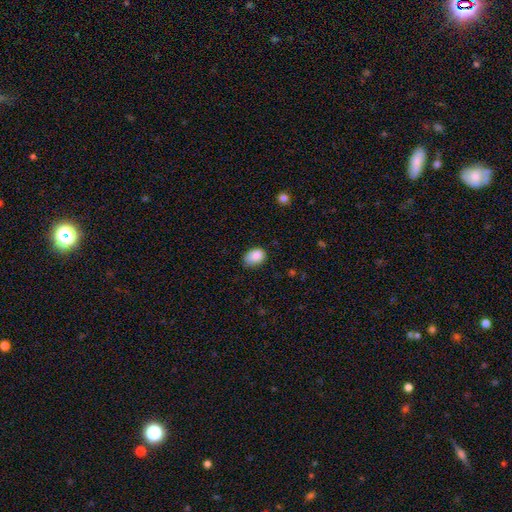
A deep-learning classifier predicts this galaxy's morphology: smooth_or_featured: smooth (p=0.88) [alt: star or artifact p=0.08]
how_rounded: in between (p=0.81) [alt: round p=0.18]
merging: none (p=0.69) [alt: minor disturbance p=0.26]